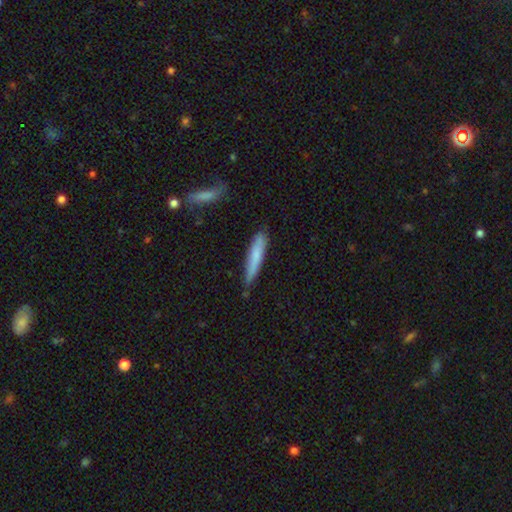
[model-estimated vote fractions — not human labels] Morphology: type=smooth (72%); roundness=cigar-shaped (91%); merging=none (71%).